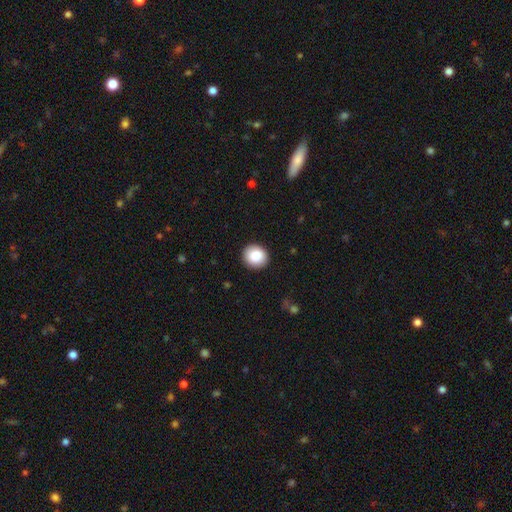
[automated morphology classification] Smooth or featured? Predicted: smooth (p=0.86). How rounded? Predicted: round (p=0.83). Merging? Predicted: none (p=0.91).